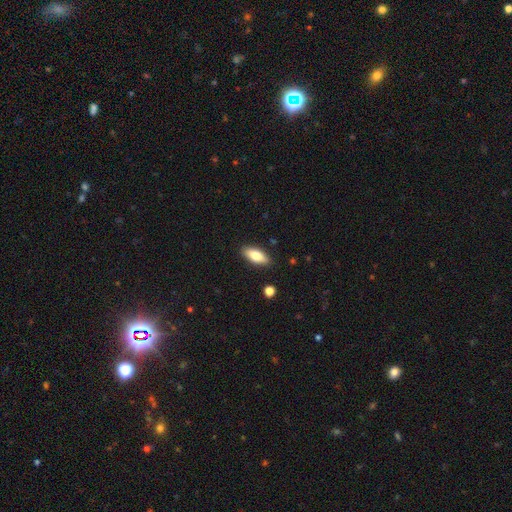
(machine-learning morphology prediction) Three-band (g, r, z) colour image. It shows a smooth galaxy with no disk features (75%) that is in between round and cigar-shaped (80%). Merging: none (88%).